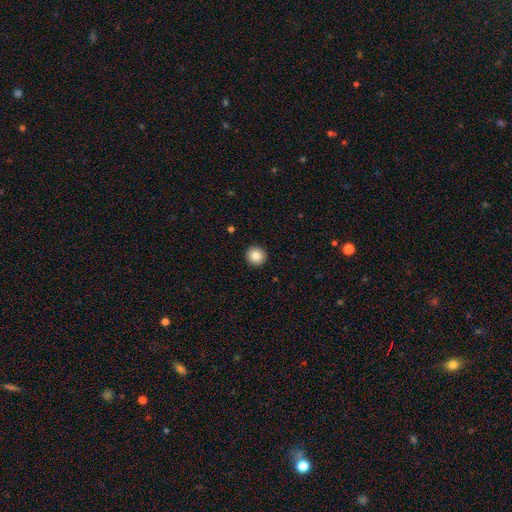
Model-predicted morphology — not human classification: This appears to be a smooth galaxy with no disk features (84%) that is round (95%). Merging: none (93%).